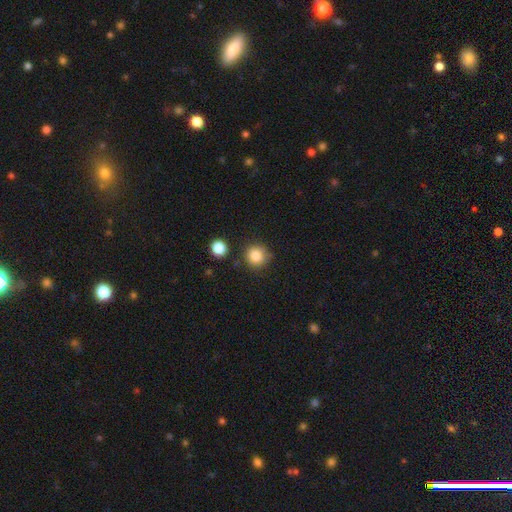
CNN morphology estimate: A smooth galaxy with no disk features (85%) that is round (92%). Merging: none (80%).